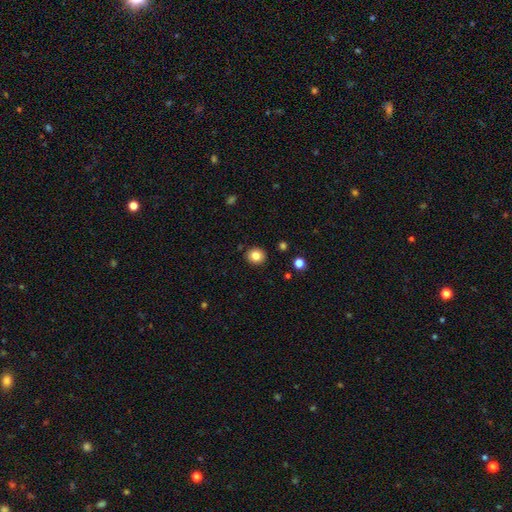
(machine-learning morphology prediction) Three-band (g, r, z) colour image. It shows a smooth galaxy with no disk features (83%) that is round (83%). Merging: none (90%).